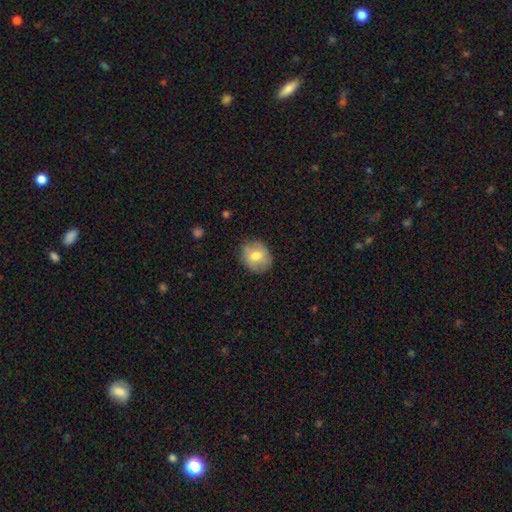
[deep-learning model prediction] A smooth galaxy with no disk features (71%) that is round (73%). Merging: none (83%).